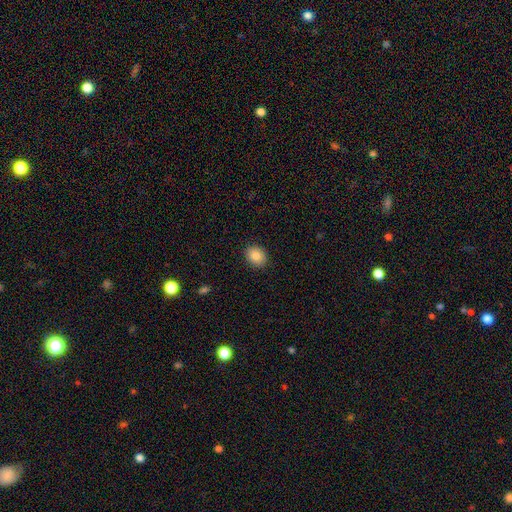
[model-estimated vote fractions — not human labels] This appears to be a smooth galaxy with no disk features (85%) that is round (57%). Merging: none (90%).